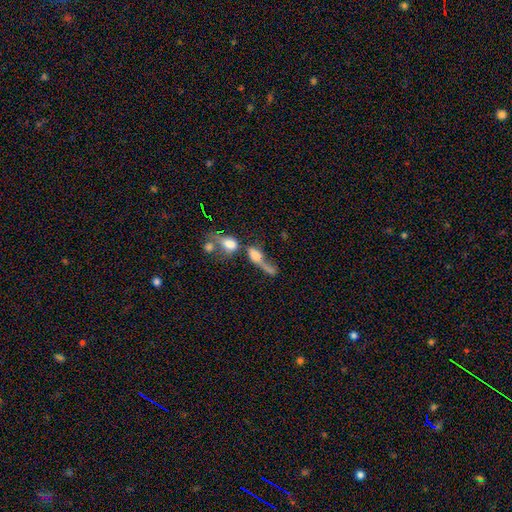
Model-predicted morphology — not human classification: smooth_or_featured: smooth (p=0.57) [alt: featured or disk p=0.30]
how_rounded: in between (p=0.63) [alt: cigar-shaped p=0.20]
merging: merger (p=0.59) [alt: major disturbance p=0.21]